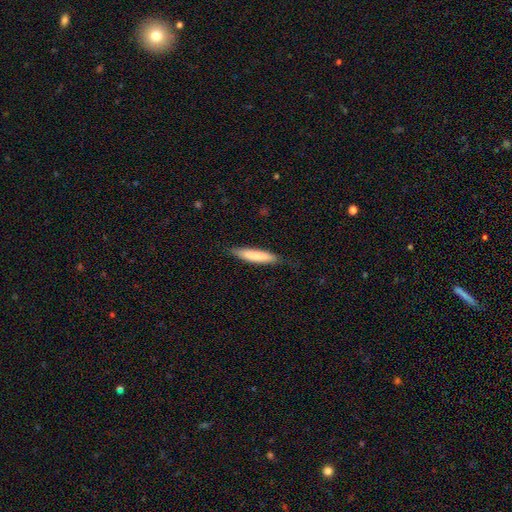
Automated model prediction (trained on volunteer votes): Smooth or featured: smooth — 80% (featured or disk — 15%)
How rounded: cigar-shaped — 88% (in between — 11%)
Merging: none — 83% (minor disturbance — 14%)